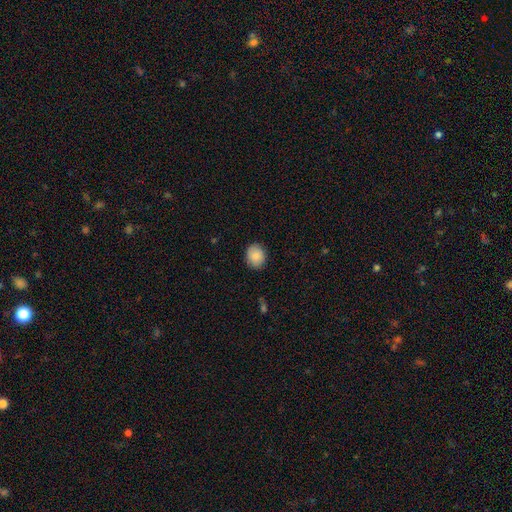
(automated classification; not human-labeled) smooth-or-featured: smooth: 87% | star or artifact: 7% | featured or disk: 6%
  how-rounded: round: 56% | in between: 43% | cigar-shaped: 1%
  merging: none: 85% | minor disturbance: 12% | major disturbance: 2% | merger: 1%